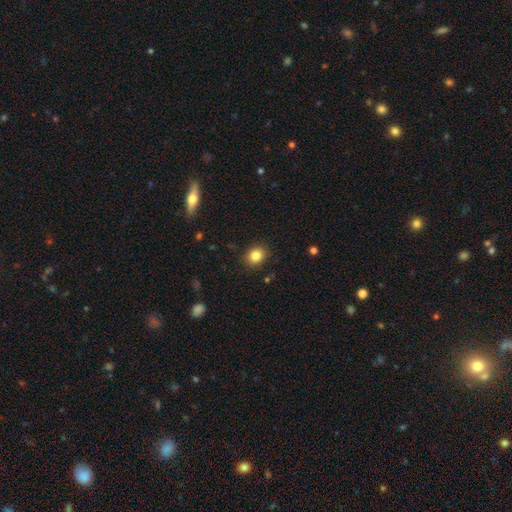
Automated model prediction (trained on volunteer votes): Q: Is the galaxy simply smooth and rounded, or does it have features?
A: smooth — 84%.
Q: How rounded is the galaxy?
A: round — 59%.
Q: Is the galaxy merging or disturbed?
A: none — 88%.